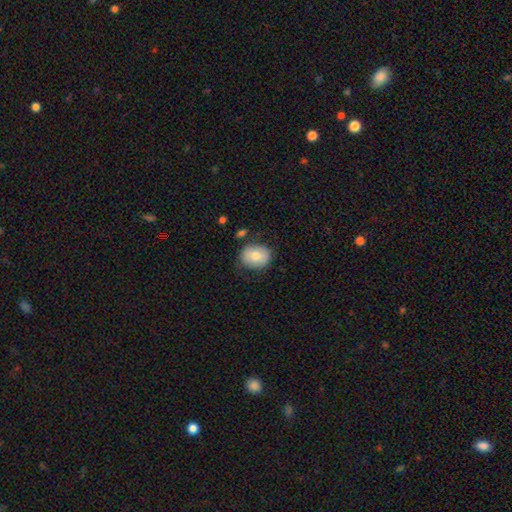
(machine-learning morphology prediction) Smooth or featured: smooth — 76% (featured or disk — 16%)
How rounded: round — 50% (in between — 49%)
Merging: none — 72% (minor disturbance — 19%)